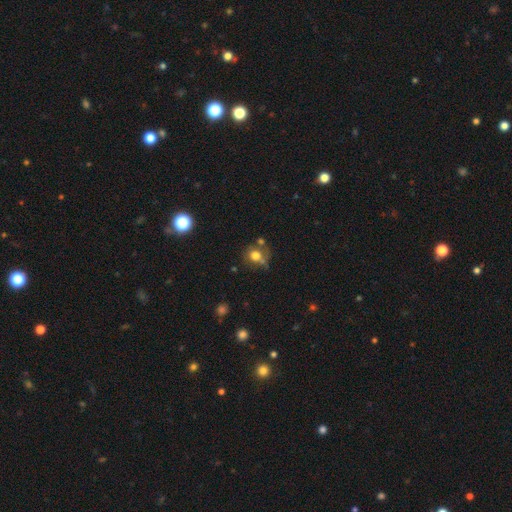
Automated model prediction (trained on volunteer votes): Smooth or featured? smooth (67%)
How rounded? round (73%)
Merging? none (49%)